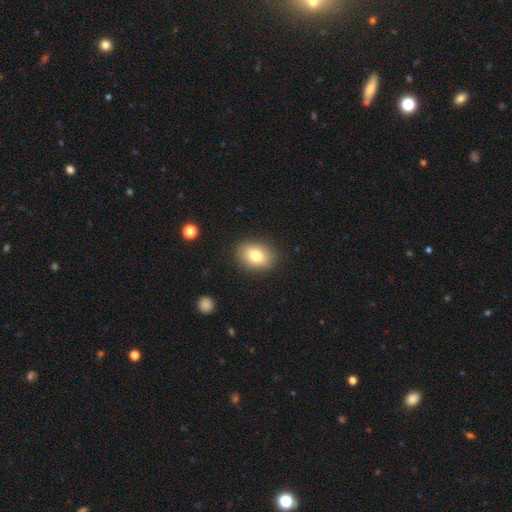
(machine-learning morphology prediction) type=smooth (79%); roundness=in between (67%); merging=none (87%).